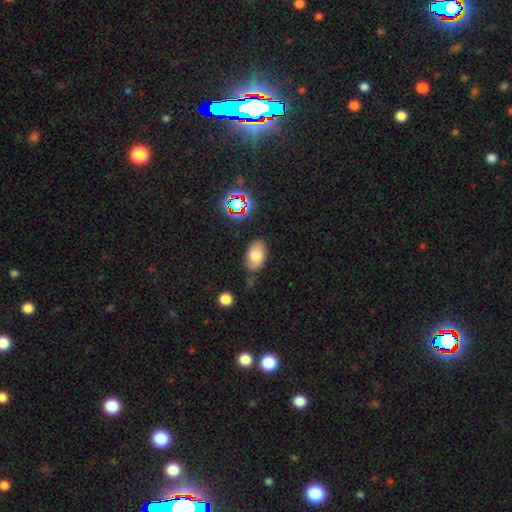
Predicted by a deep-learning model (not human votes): Smooth or featured? smooth (78%)
How rounded? in between (90%)
Merging? none (72%)